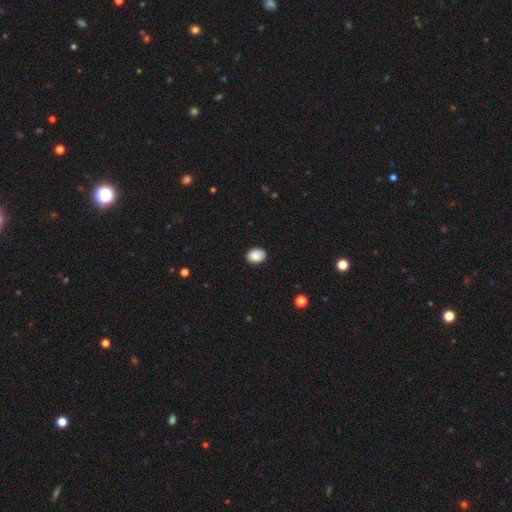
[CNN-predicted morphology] A smooth galaxy with no disk features (88%) that is in between round and cigar-shaped (68%). Merging: none (87%).